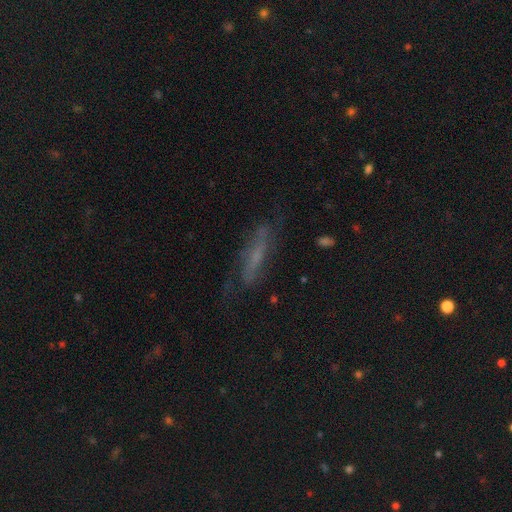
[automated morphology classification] A featured or disk galaxy (49%).

Vote fractions:
- Smooth or featured? featured or disk: 49% / smooth: 36% / star or artifact: 15%
- Merging? none: 68% / minor disturbance: 20% / major disturbance: 10% / merger: 2%